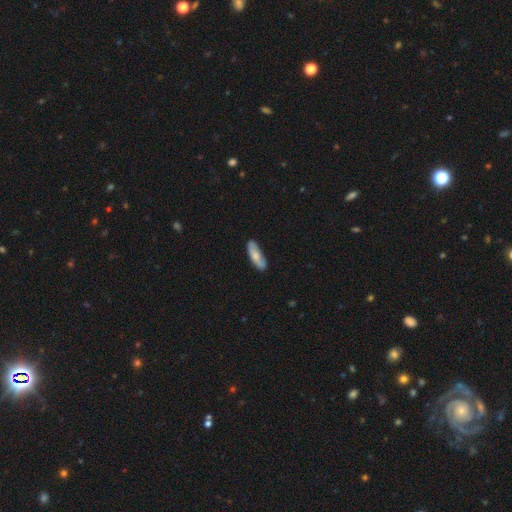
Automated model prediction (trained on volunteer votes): Morphology: type=smooth (64%); roundness=in between (54%); merging=none (79%).